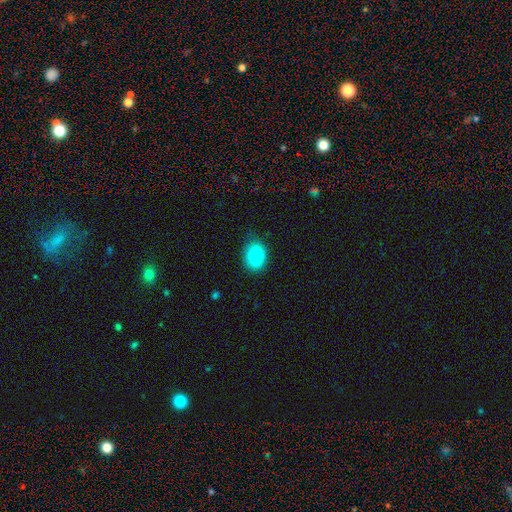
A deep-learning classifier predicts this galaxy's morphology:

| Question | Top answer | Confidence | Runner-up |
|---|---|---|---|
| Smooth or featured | smooth | 82% | featured or disk (11%) |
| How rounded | in between | 79% | round (19%) |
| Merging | none | 73% | minor disturbance (22%) |